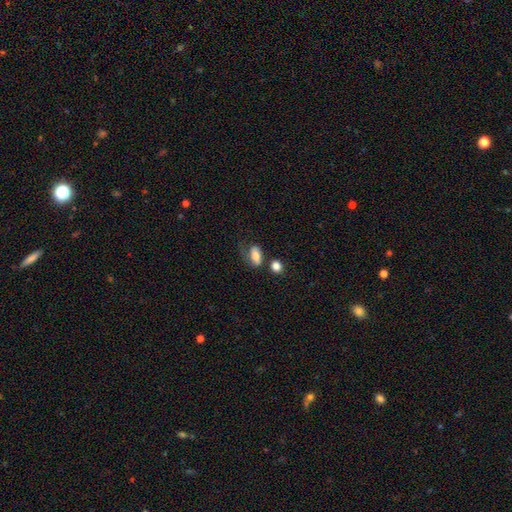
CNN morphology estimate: This appears to be a smooth galaxy with no disk features (72%) that is in between round and cigar-shaped (86%). Merging: none (39%).